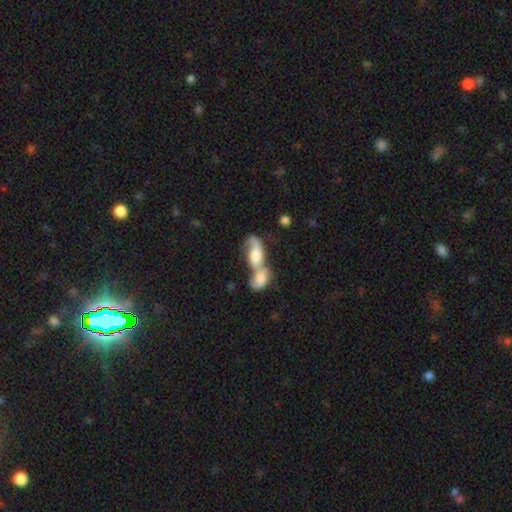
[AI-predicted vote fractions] Smooth or featured? Predicted: smooth (p=0.51). How rounded? Predicted: in between (p=0.80). Merging? Predicted: merger (p=0.80).